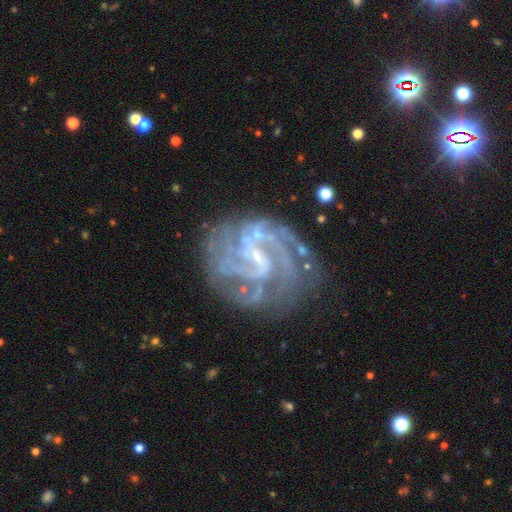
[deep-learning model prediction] Smooth or featured: featured or disk — 89% (star or artifact — 7%)
Edge-on disk: no — 98% (yes — 2%)
Bar: weak — 50% (no — 26%)
Spiral arms: yes — 96% (no — 4%)
Spiral winding: tight — 48% (medium — 41%)
Spiral arm count: 2 — 26% (3 — 24%)
Bulge size: small — 67% (none — 21%)
Merging: none — 69% (minor disturbance — 17%)